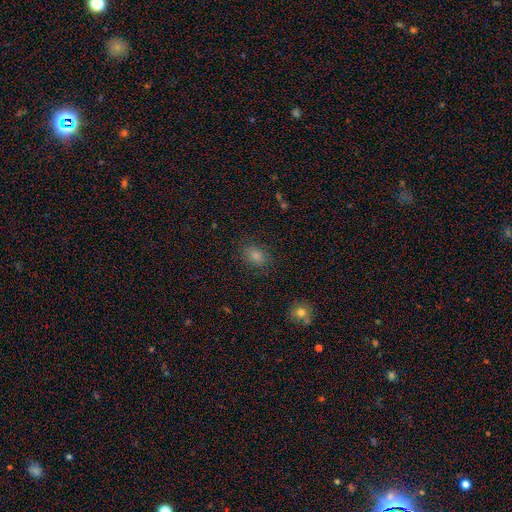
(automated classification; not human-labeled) This appears to be a smooth galaxy with no disk features (72%) that is in between round and cigar-shaped (62%). Merging: none (85%).